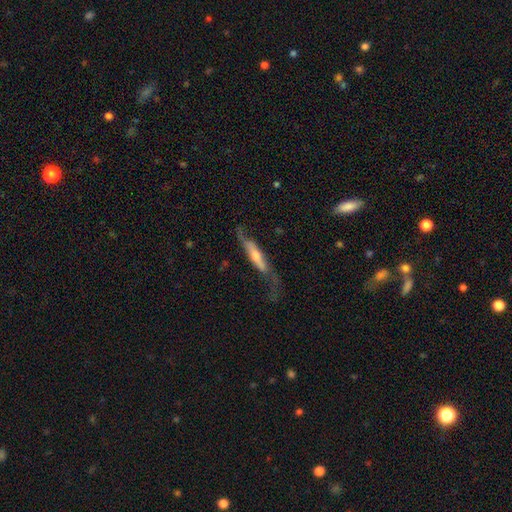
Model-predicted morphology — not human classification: Q: Smooth or featured?
A: featured or disk (74%); runner-up: smooth (19%)
Q: Edge-on disk?
A: yes (59%); runner-up: no (41%)
Q: Merging?
A: none (55%); runner-up: minor disturbance (22%)